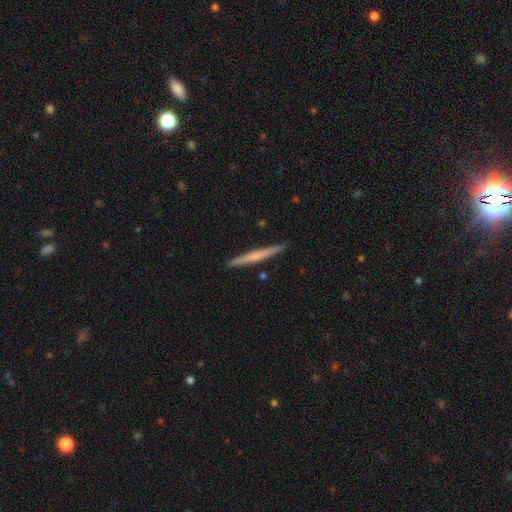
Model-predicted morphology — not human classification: smooth_or_featured: smooth (p=0.50) [alt: featured or disk p=0.45]
how_rounded: cigar-shaped (p=0.97) [alt: in between p=0.02]
merging: none (p=0.92) [alt: minor disturbance p=0.06]